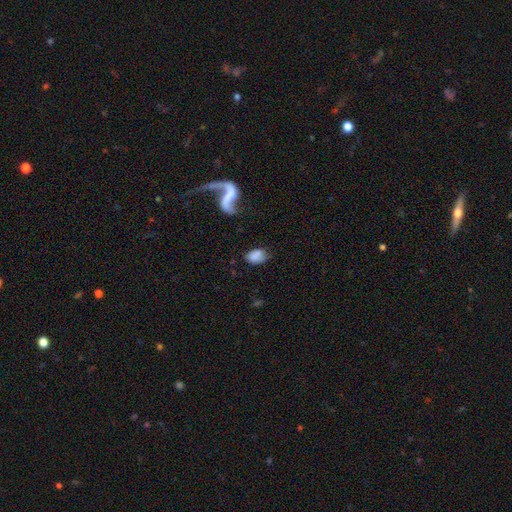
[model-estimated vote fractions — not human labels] This appears to be a smooth galaxy with no disk features (74%) that is in between round and cigar-shaped (86%). Merging: none (54%).